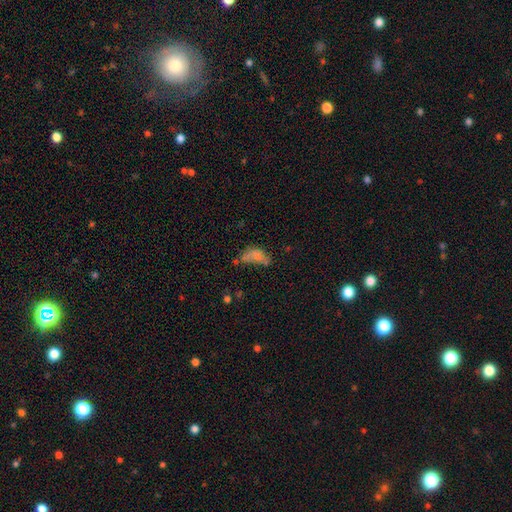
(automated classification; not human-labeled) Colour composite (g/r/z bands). It shows a smooth galaxy with no disk features (64%) that is in between round and cigar-shaped (86%). Merging: major disturbance (29%).